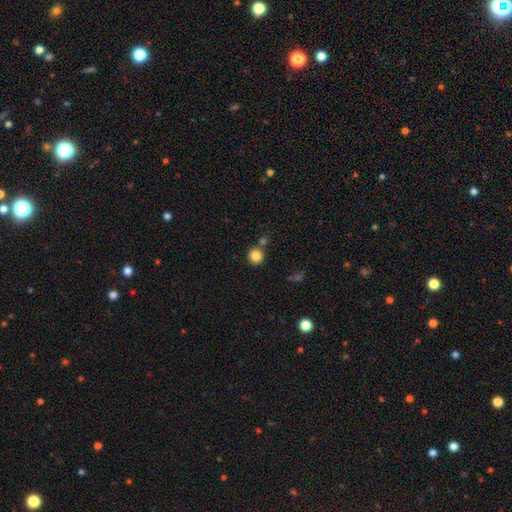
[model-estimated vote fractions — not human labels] Smooth or featured? Predicted: smooth (p=0.84). How rounded? Predicted: round (p=0.91). Merging? Predicted: none (p=0.76).